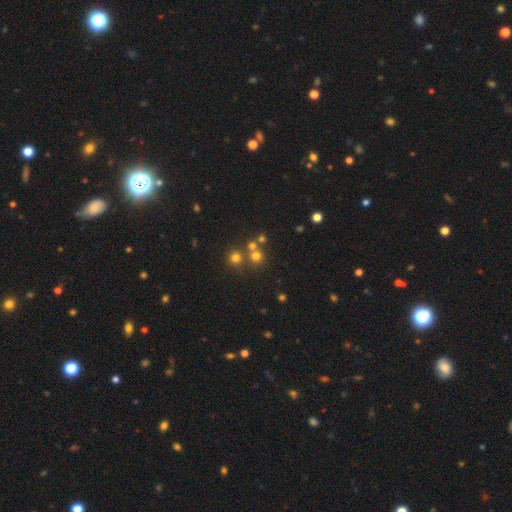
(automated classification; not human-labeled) smooth 66%, star or artifact 23%, featured or disk 11%. Down the decision tree: how rounded — round (90%); merging — none (62%).